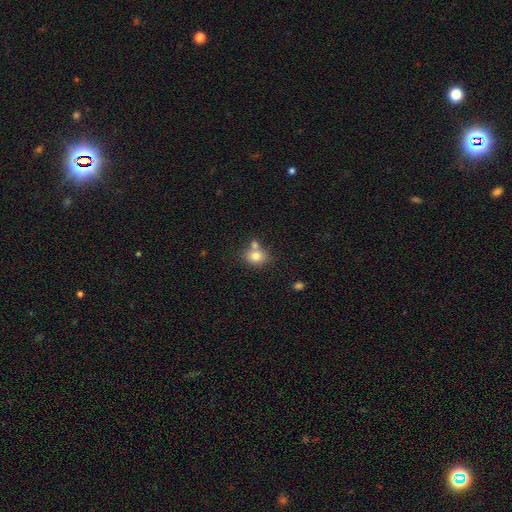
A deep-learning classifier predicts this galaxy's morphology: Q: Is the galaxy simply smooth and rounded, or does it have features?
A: smooth — 79%.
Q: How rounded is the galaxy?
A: round — 57%.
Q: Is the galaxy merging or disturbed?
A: none — 55%.